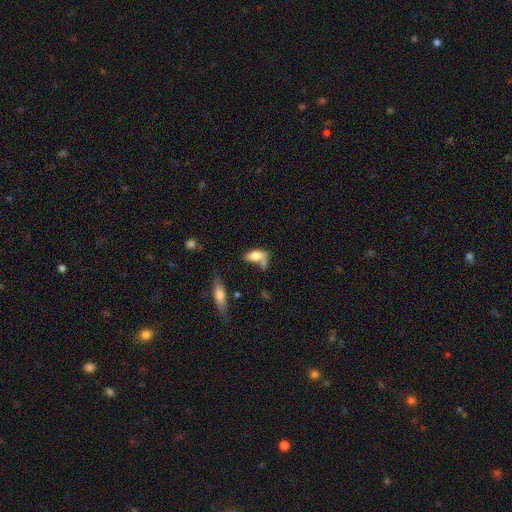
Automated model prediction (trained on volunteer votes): A smooth galaxy with no disk features (71%) that is in between round and cigar-shaped (77%).

Vote fractions:
- Smooth or featured? smooth: 71% / featured or disk: 21% / star or artifact: 8%
- How rounded? in between: 77% / cigar-shaped: 18% / round: 5%
- Merging? none: 33% / merger: 28% / minor disturbance: 22% / major disturbance: 17%